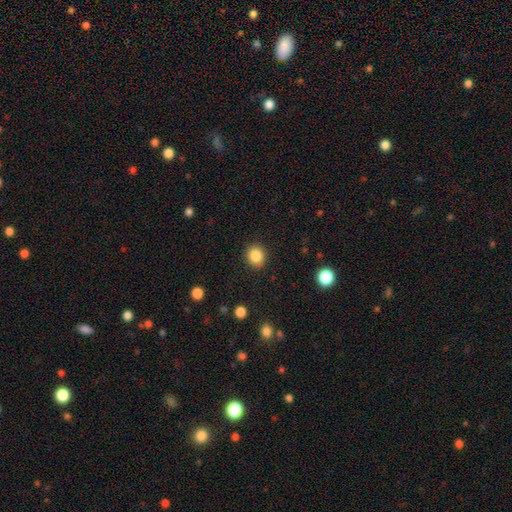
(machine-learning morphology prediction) Q: Smooth or featured?
A: smooth (86%); runner-up: star or artifact (10%)
Q: How rounded?
A: round (82%); runner-up: in between (17%)
Q: Merging?
A: none (90%); runner-up: minor disturbance (6%)